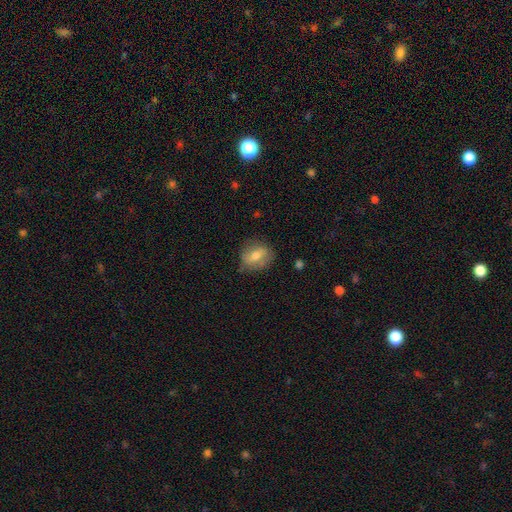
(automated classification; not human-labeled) Overall: smooth (62%; featured or disk 29%). How rounded: in between (51%; round 47%). Merging: none (76%).